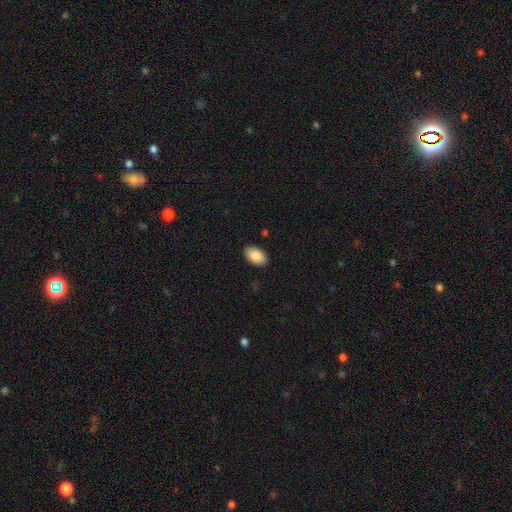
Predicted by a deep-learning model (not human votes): A smooth galaxy with no disk features (90%) that is in between round and cigar-shaped (94%).

Vote fractions:
- Smooth or featured? smooth: 90% / star or artifact: 6% / featured or disk: 4%
- How rounded? in between: 94% / round: 5% / cigar-shaped: 1%
- Merging? none: 89% / minor disturbance: 8% / major disturbance: 2% / merger: 1%